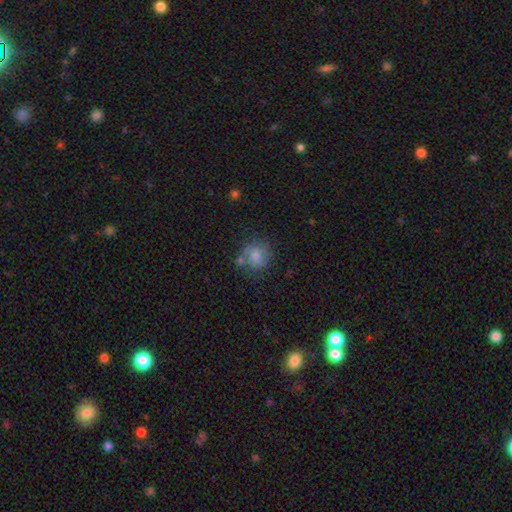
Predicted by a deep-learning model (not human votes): Smooth or featured?
  - smooth: 70% *
  - featured or disk: 18%
  - star or artifact: 12%
How rounded?
  - round: 77% *
  - in between: 22%
  - cigar-shaped: 1%
Merging?
  - none: 66% *
  - minor disturbance: 18%
  - merger: 10%
  - major disturbance: 6%